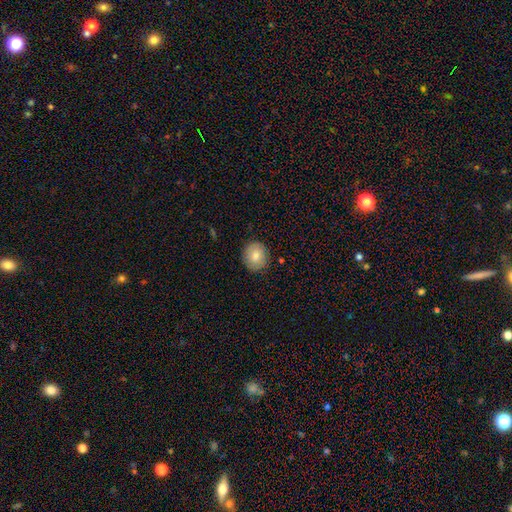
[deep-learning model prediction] smooth_or_featured: smooth (p=0.80) [alt: featured or disk p=0.13]
how_rounded: round (p=0.80) [alt: in between p=0.19]
merging: none (p=0.87) [alt: minor disturbance p=0.10]